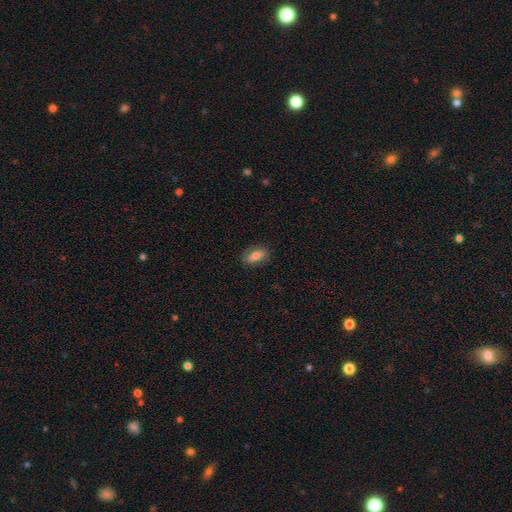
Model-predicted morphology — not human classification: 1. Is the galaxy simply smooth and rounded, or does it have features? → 76% smooth, 16% featured or disk, 8% star or artifact.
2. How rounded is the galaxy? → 85% in between, 9% cigar-shaped, 6% round.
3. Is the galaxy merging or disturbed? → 82% none, 13% minor disturbance, 4% major disturbance, 1% merger.